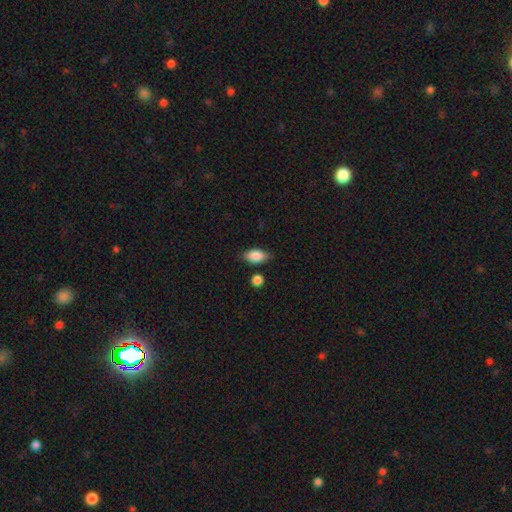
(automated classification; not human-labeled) smooth-or-featured: smooth: 86% | star or artifact: 7% | featured or disk: 7%
  how-rounded: in between: 90% | round: 6% | cigar-shaped: 4%
  merging: none: 79% | minor disturbance: 13% | merger: 5% | major disturbance: 3%